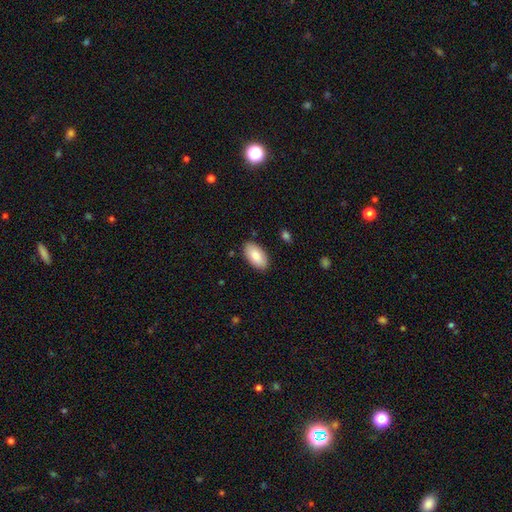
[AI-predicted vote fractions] Q: Smooth or featured?
A: smooth (85%); runner-up: featured or disk (9%)
Q: How rounded?
A: in between (95%); runner-up: round (2%)
Q: Merging?
A: none (86%); runner-up: minor disturbance (10%)